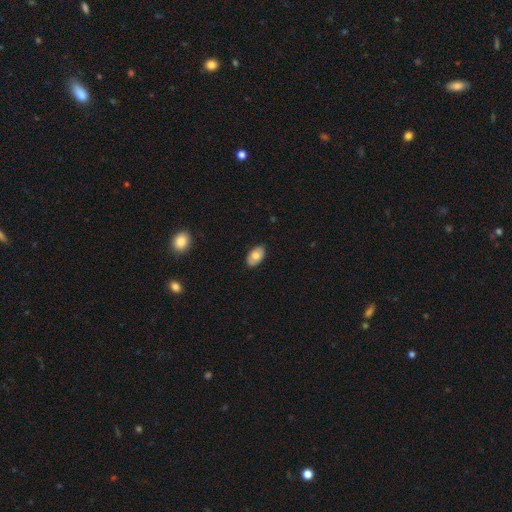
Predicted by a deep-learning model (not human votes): Overall: smooth (72%). How rounded: in between (93%). Merging: none (86%).